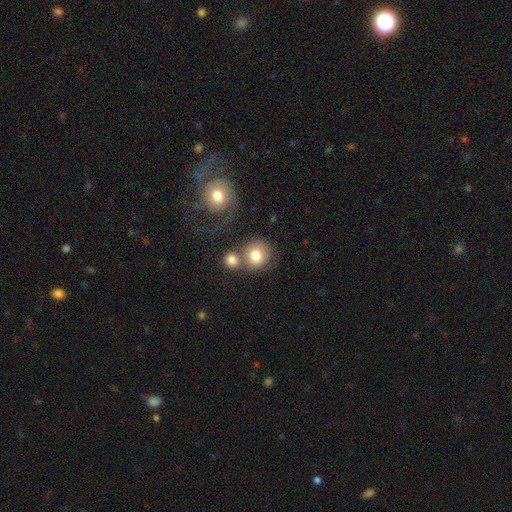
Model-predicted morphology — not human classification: smooth-or-featured: smooth: 76% | featured or disk: 16% | star or artifact: 7%
  how-rounded: round: 84% | in between: 15% | cigar-shaped: 1%
  merging: none: 46% | merger: 35% | minor disturbance: 10% | major disturbance: 8%